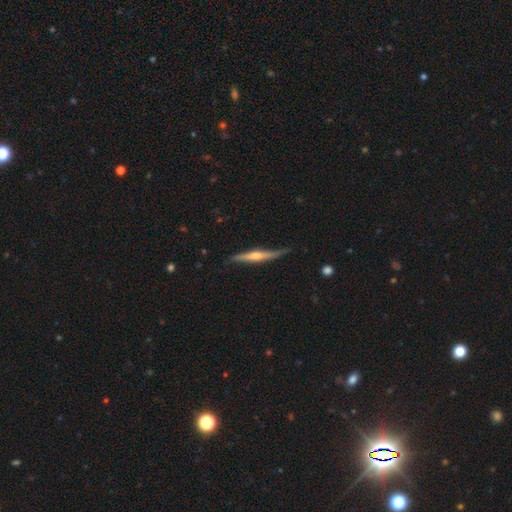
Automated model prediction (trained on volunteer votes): smooth-or-featured: featured or disk: 74% | smooth: 21% | star or artifact: 5%
  disk-edge-on: yes: 96% | no: 4%
    edge-on-bulge: rounded: 85% | none: 9% | boxy: 6%
  merging: none: 75% | minor disturbance: 20% | major disturbance: 4% | merger: 2%